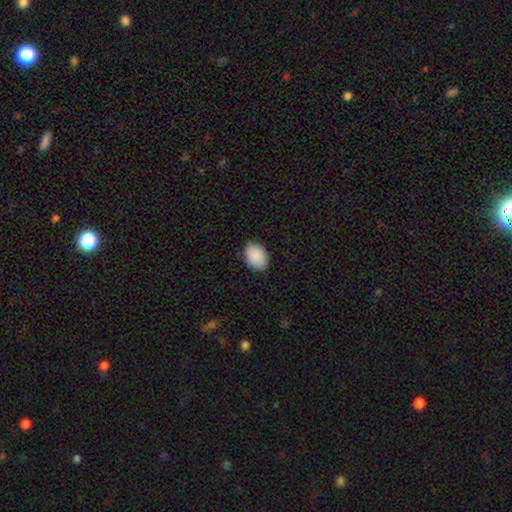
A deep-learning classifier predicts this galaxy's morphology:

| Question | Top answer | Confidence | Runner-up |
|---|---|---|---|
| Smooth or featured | smooth | 90% | star or artifact (6%) |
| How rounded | in between | 77% | round (22%) |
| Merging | none | 87% | minor disturbance (10%) |